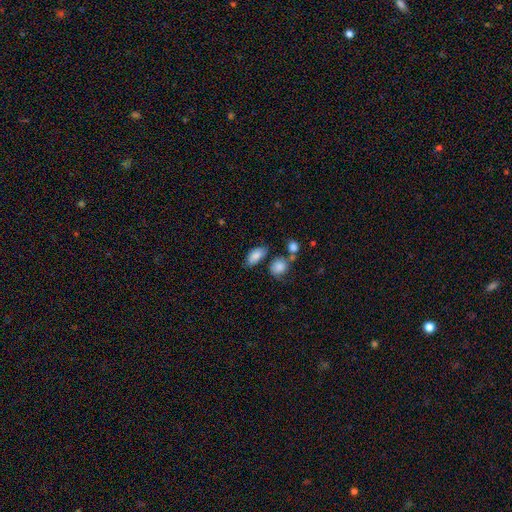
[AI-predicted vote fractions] smooth-or-featured: smooth: 84% | featured or disk: 8% | star or artifact: 8%
  how-rounded: in between: 89% | round: 6% | cigar-shaped: 4%
  merging: none: 64% | minor disturbance: 20% | merger: 11% | major disturbance: 6%